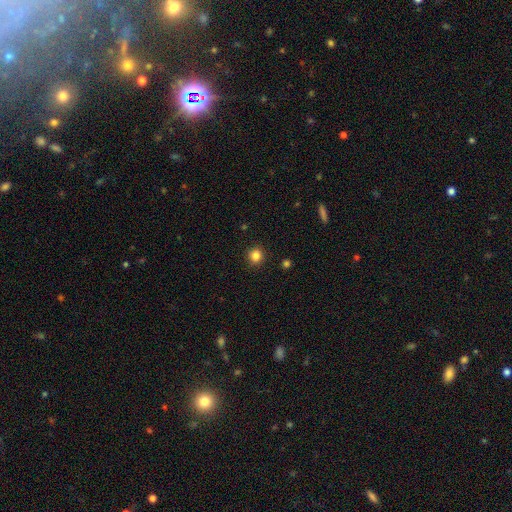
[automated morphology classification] Smooth or featured?
  - smooth: 84% *
  - star or artifact: 12%
  - featured or disk: 4%
How rounded?
  - round: 91% *
  - in between: 8%
  - cigar-shaped: 1%
Merging?
  - none: 92% *
  - minor disturbance: 6%
  - major disturbance: 2%
  - merger: 1%